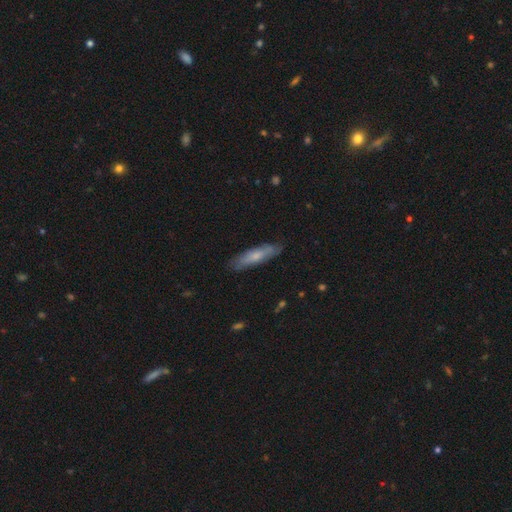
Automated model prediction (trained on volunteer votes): A smooth galaxy with no disk features (58%) that is cigar-shaped (74%). Merging: none (82%).